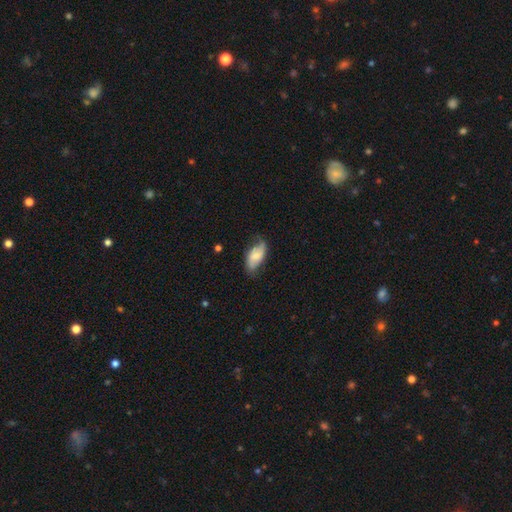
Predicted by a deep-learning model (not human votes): smooth_or_featured: smooth (p=0.64) [alt: featured or disk p=0.29]
how_rounded: in between (p=0.91) [alt: cigar-shaped p=0.06]
merging: none (p=0.59) [alt: minor disturbance p=0.32]